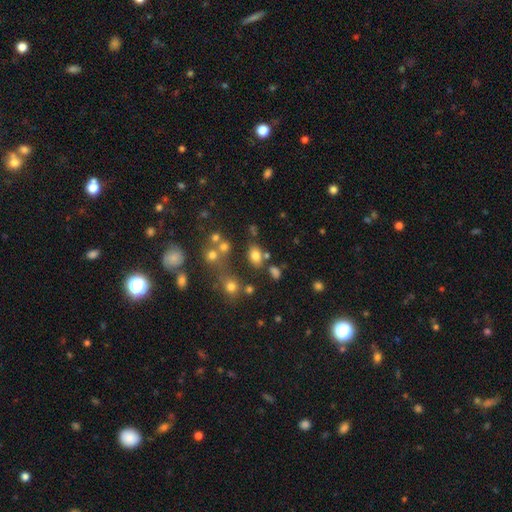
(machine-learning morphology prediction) smooth-or-featured: smooth: 74% | star or artifact: 16% | featured or disk: 10%
  how-rounded: in between: 78% | round: 21% | cigar-shaped: 2%
  merging: none: 68% | minor disturbance: 14% | merger: 13% | major disturbance: 5%